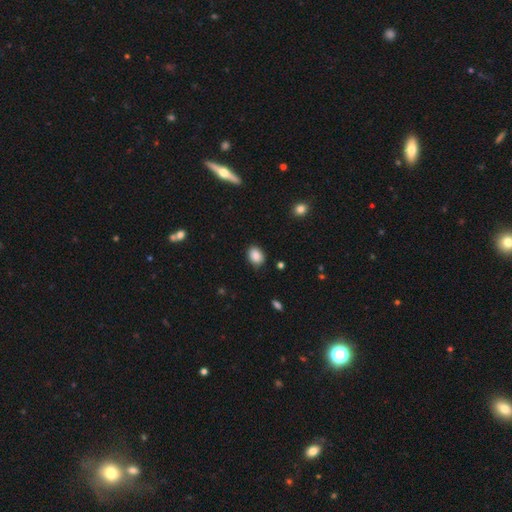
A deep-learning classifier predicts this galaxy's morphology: Q: Smooth or featured?
A: smooth (87%); runner-up: star or artifact (8%)
Q: How rounded?
A: in between (67%); runner-up: round (32%)
Q: Merging?
A: none (82%); runner-up: minor disturbance (14%)